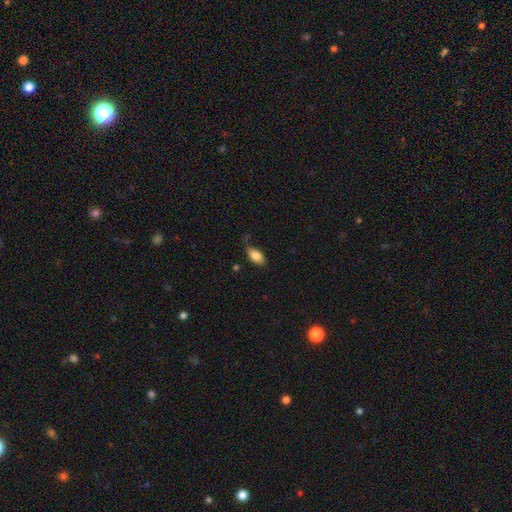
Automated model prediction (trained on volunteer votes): A smooth galaxy with no disk features (83%) that is in between round and cigar-shaped (91%).

Vote fractions:
- Smooth or featured? smooth: 83% / featured or disk: 10% / star or artifact: 7%
- How rounded? in between: 91% / cigar-shaped: 5% / round: 4%
- Merging? none: 64% / minor disturbance: 26% / major disturbance: 7% / merger: 3%